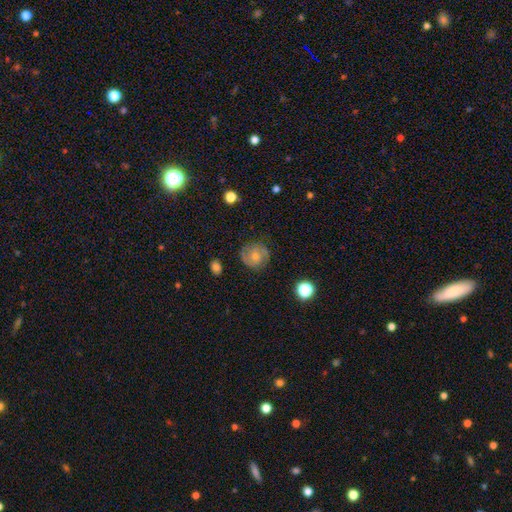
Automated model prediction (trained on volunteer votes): A featured or disk galaxy (53%) with no bar (64%), spiral arms (87%) and a small central bulge (53%).

Vote fractions:
- Smooth or featured? featured or disk: 53% / smooth: 37% / star or artifact: 9%
- Edge-on disk? no: 97% / yes: 3%
- Bar? no: 64% / weak: 31% / strong: 5%
- Spiral arms? yes: 87% / no: 13%
- Bulge size? small: 53% / moderate: 38% / none: 6% / large: 3% / dominant: 1%
- Merging? none: 78% / minor disturbance: 15% / major disturbance: 5% / merger: 1%